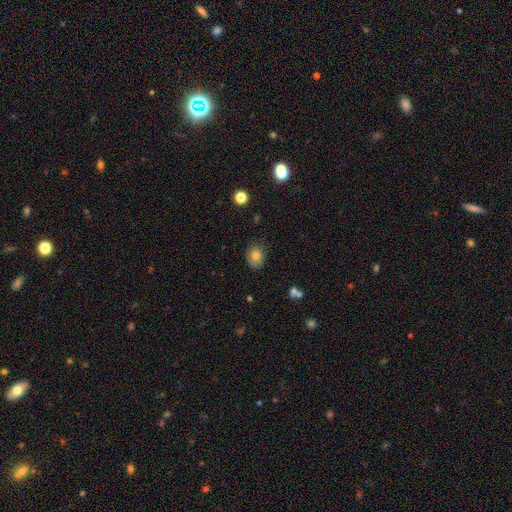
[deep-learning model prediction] The model was most divided on "how rounded": round: 53%, in between: 46%, cigar-shaped: 1%. More confident: smooth or featured — smooth (79%); merging — none (78%).